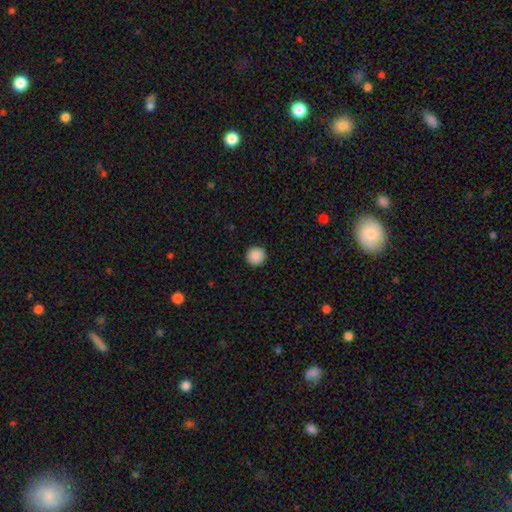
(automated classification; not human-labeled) This appears to be a smooth galaxy with no disk features (89%) that is round (95%). Merging: none (93%).